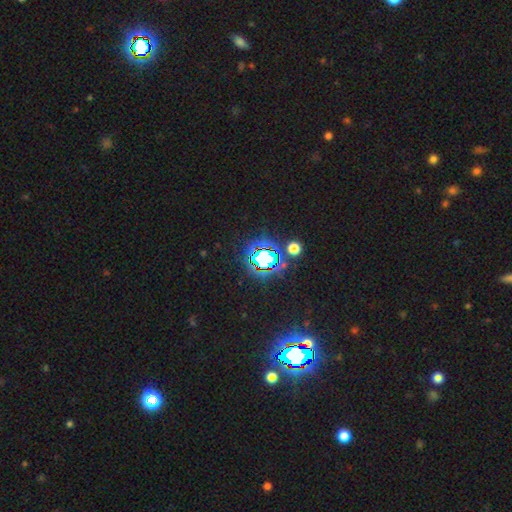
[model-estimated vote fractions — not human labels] smooth-or-featured: star or artifact: 72% | smooth: 18% | featured or disk: 10%